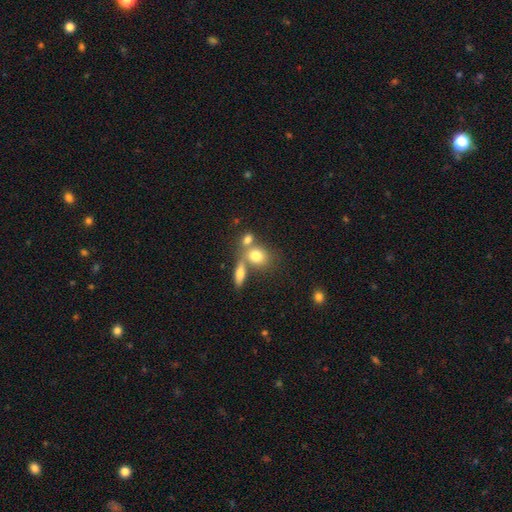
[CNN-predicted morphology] This is likely a smooth galaxy (76%). How rounded: possibly round (50%). Merging: marginally merger (44%).